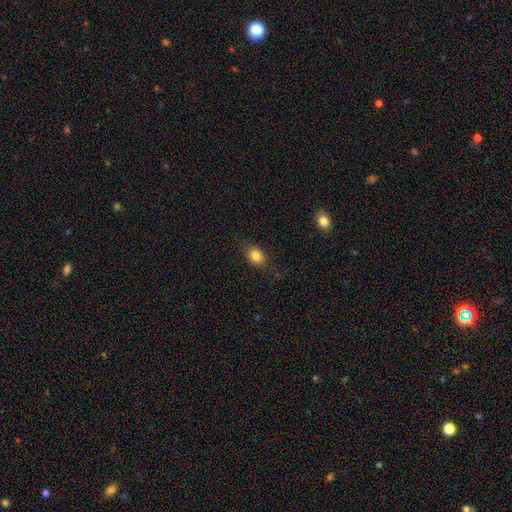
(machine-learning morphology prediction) This appears to be a smooth galaxy with no disk features (84%) that is in between round and cigar-shaped (64%). Merging: none (85%).